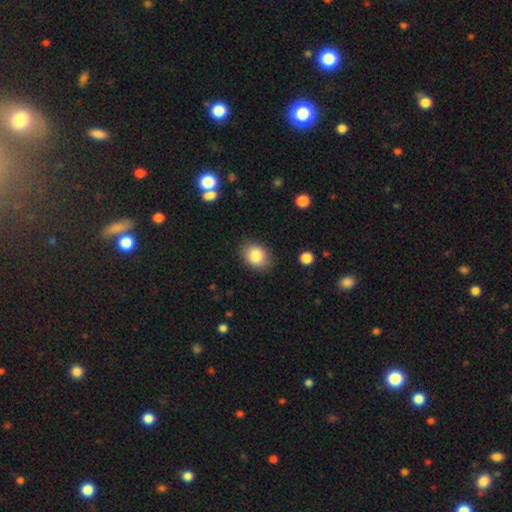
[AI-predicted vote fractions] smooth-or-featured: smooth: 84% | star or artifact: 8% | featured or disk: 7%
  how-rounded: in between: 62% | round: 37% | cigar-shaped: 1%
  merging: none: 84% | minor disturbance: 12% | major disturbance: 3% | merger: 1%